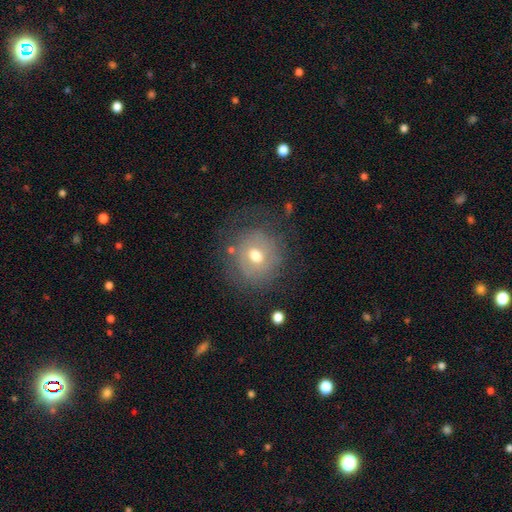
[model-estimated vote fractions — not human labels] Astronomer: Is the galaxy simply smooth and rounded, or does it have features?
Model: smooth — 50% (runner-up: featured or disk, 39%).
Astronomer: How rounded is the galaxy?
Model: round — 86%.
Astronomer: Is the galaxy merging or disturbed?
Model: none — 66%.